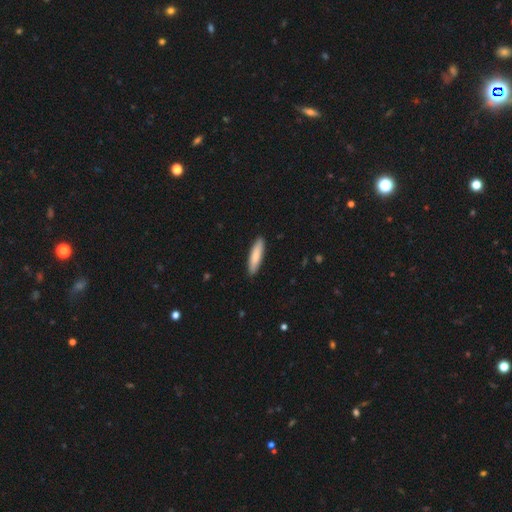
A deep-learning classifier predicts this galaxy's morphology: smooth-or-featured: smooth: 82% | featured or disk: 13% | star or artifact: 5%
  how-rounded: cigar-shaped: 75% | in between: 23% | round: 1%
  merging: none: 90% | minor disturbance: 7% | major disturbance: 1% | merger: 1%